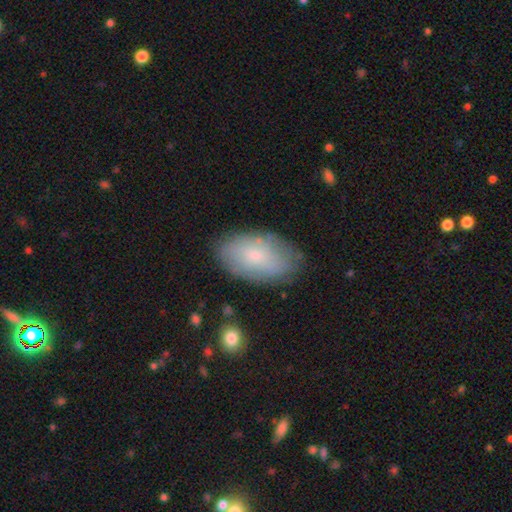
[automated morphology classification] Smooth or featured: smooth — 66% (featured or disk — 27%)
How rounded: in between — 94% (round — 4%)
Merging: none — 78% (minor disturbance — 16%)